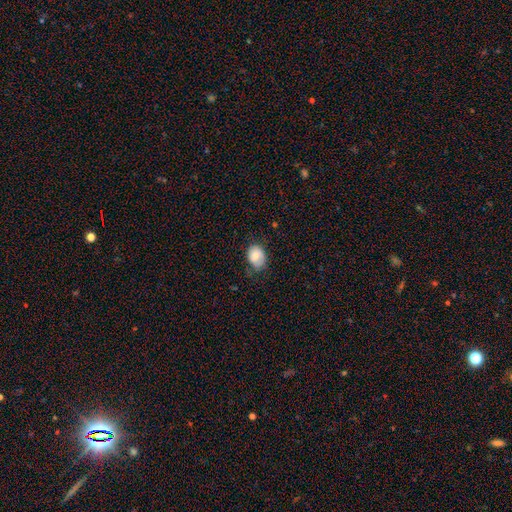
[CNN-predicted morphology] This is likely a smooth galaxy (77%). How rounded: likely in between (66%). Merging: likely none (63%).